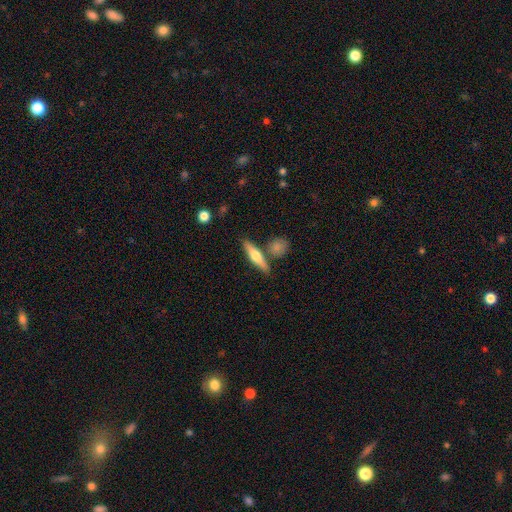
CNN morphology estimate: This is possibly a featured or disk galaxy (47%, tied with smooth). Merging: likely none (76%).